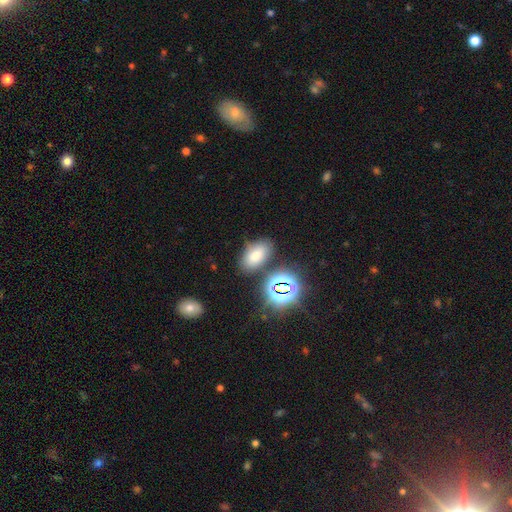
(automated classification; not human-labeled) smooth_or_featured: smooth (p=0.65) [alt: star or artifact p=0.24]
how_rounded: in between (p=0.85) [alt: round p=0.12]
merging: none (p=0.75) [alt: minor disturbance p=0.13]